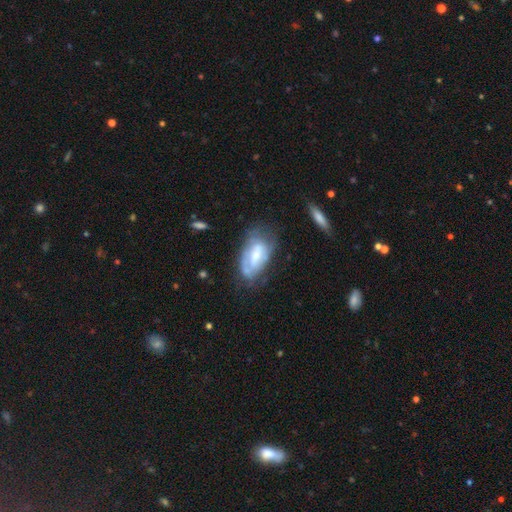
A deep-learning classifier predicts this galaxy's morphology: Smooth or featured? featured or disk (56%)
Edge-on disk? no (93%)
Bar? no (46%)
Spiral arms? yes (58%)
Bulge size? moderate (38%)
Merging? none (50%)